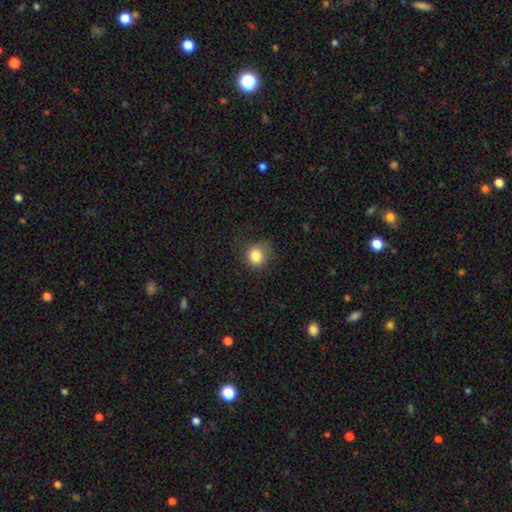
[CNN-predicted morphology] Smooth or featured?
  - smooth: 82% *
  - star or artifact: 11%
  - featured or disk: 6%
How rounded?
  - round: 80% *
  - in between: 20%
  - cigar-shaped: 1%
Merging?
  - none: 70% *
  - minor disturbance: 21%
  - major disturbance: 8%
  - merger: 1%